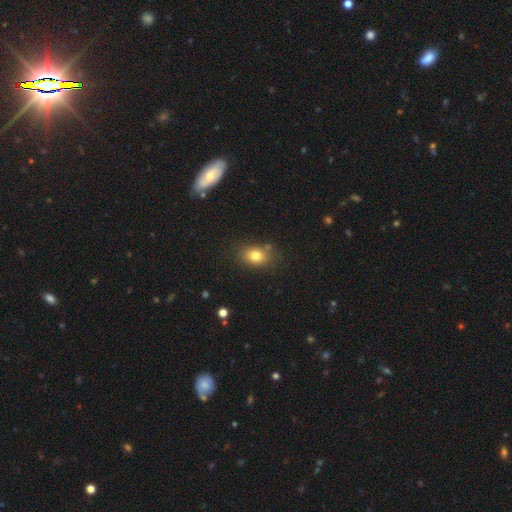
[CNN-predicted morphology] smooth-or-featured: smooth: 79% | star or artifact: 11% | featured or disk: 10%
  how-rounded: in between: 66% | round: 33% | cigar-shaped: 1%
  merging: none: 76% | minor disturbance: 15% | merger: 5% | major disturbance: 4%